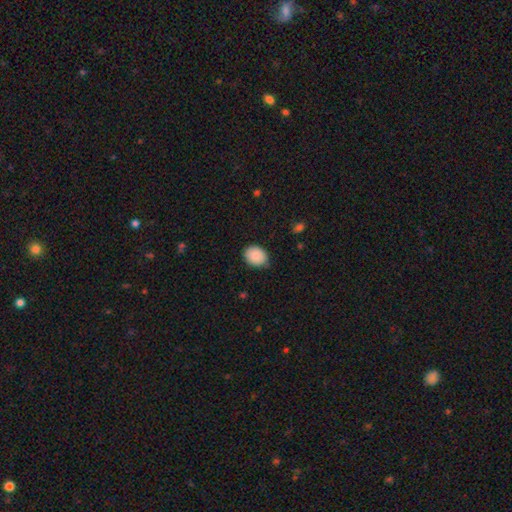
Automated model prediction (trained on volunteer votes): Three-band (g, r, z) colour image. It shows a smooth galaxy with no disk features (89%) that is in between round and cigar-shaped (56%). Merging: none (79%).